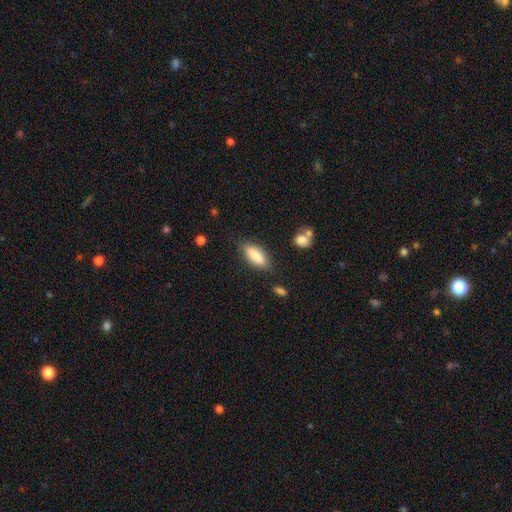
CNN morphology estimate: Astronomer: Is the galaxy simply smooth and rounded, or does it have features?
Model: smooth — 82%.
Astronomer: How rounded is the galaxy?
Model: in between — 64%.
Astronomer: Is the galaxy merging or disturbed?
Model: none — 79%.